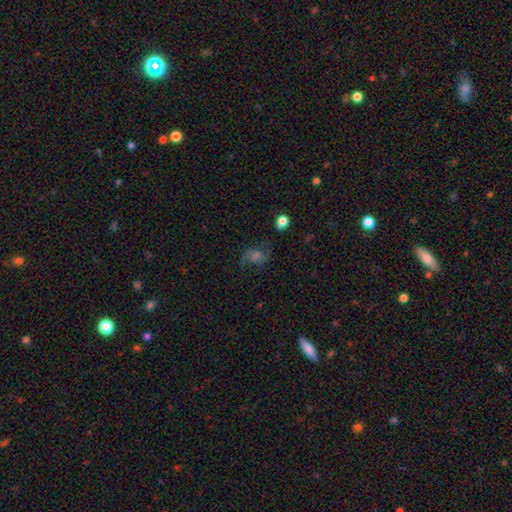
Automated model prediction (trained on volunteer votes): A featured or disk galaxy (64%) with no bar (57%), 2 (84%) loose (45%) spiral arms (92%) and a moderate central bulge (36%). Merging: none (69%).